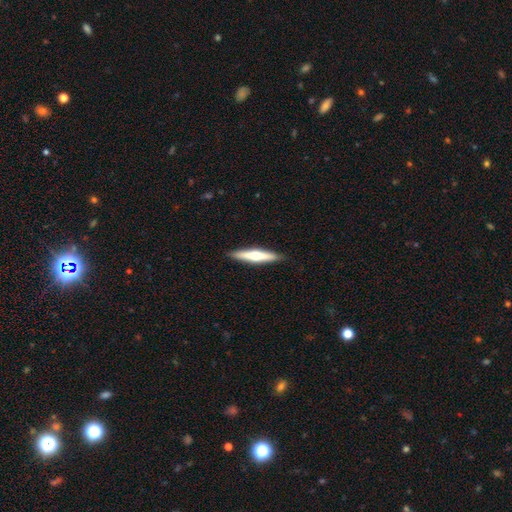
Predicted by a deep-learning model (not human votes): Q: Smooth or featured?
A: featured or disk (54%); runner-up: smooth (41%)
Q: Edge-on disk?
A: yes (96%); runner-up: no (4%)
Q: Edge-on bulge?
A: rounded (89%); runner-up: none (7%)
Q: Merging?
A: none (91%); runner-up: minor disturbance (7%)